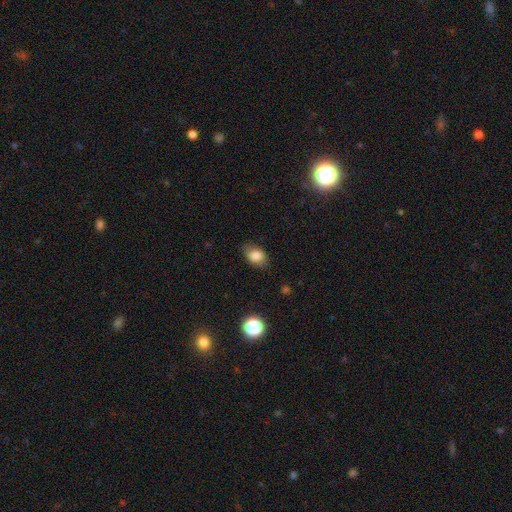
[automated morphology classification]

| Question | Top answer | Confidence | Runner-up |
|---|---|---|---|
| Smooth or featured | smooth | 82% | star or artifact (10%) |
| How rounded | in between | 80% | round (19%) |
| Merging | none | 78% | minor disturbance (17%) |